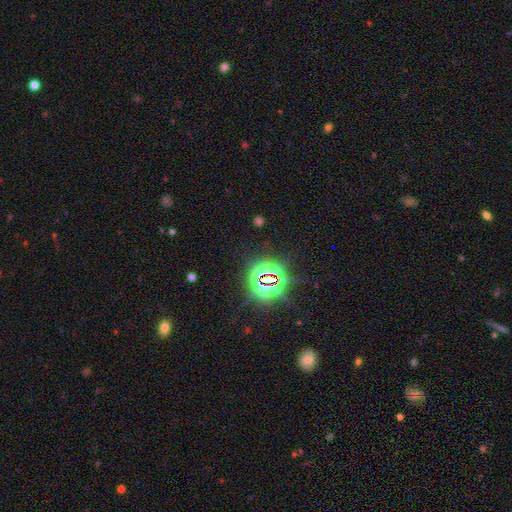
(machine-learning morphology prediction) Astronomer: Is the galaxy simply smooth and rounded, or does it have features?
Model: star or artifact — 82%.